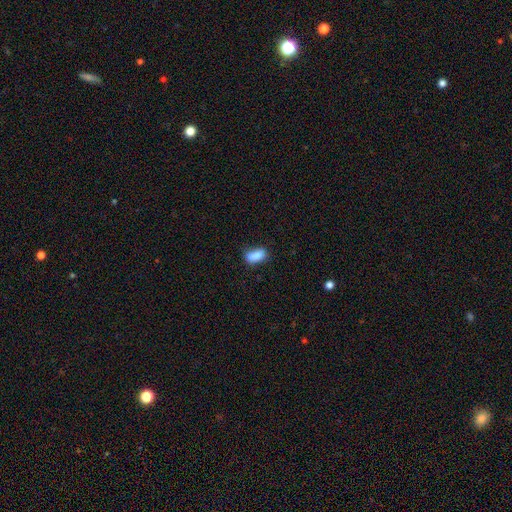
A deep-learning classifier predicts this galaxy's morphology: smooth-or-featured: smooth: 84% | star or artifact: 8% | featured or disk: 7%
  how-rounded: in between: 84% | cigar-shaped: 11% | round: 5%
  merging: none: 60% | minor disturbance: 26% | major disturbance: 7% | merger: 6%